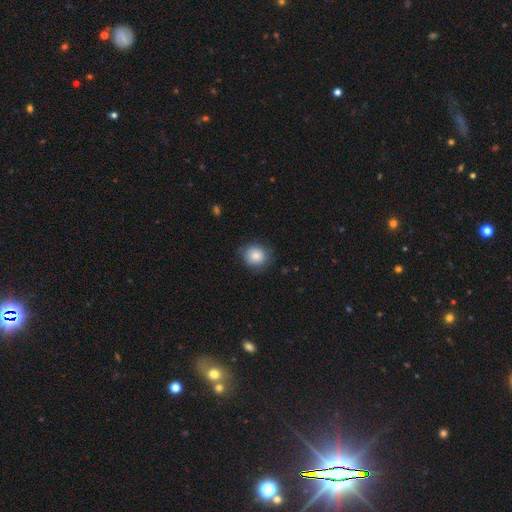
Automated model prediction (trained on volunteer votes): Smooth or featured? Predicted: smooth (p=0.82). How rounded? Predicted: round (p=0.84). Merging? Predicted: none (p=0.80).